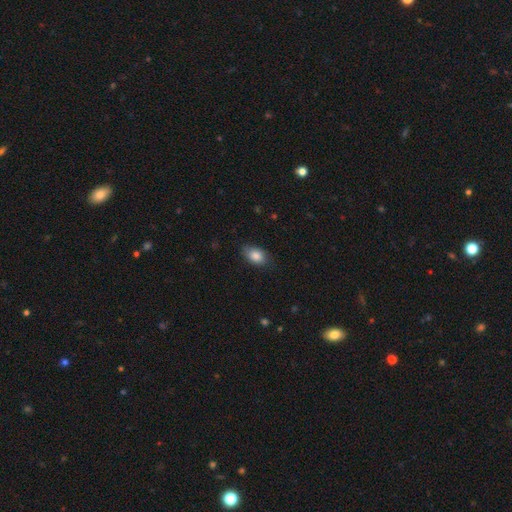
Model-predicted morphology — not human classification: Smooth or featured? smooth (84%)
How rounded? in between (87%)
Merging? none (78%)